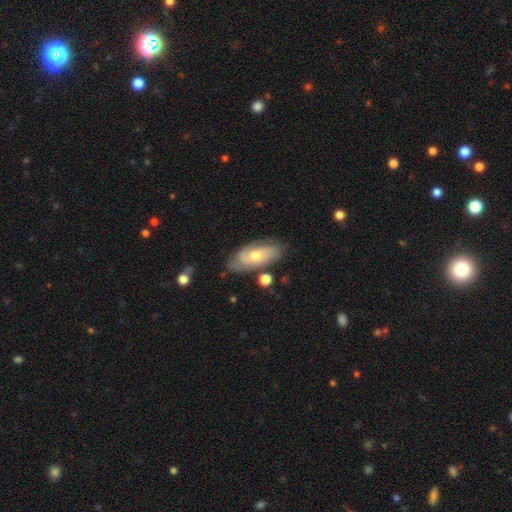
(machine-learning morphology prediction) This appears to be a featured or disk galaxy (61%) with no bar (75%), spiral arms (80%) and a moderate central bulge (58%). Merging: none (74%).